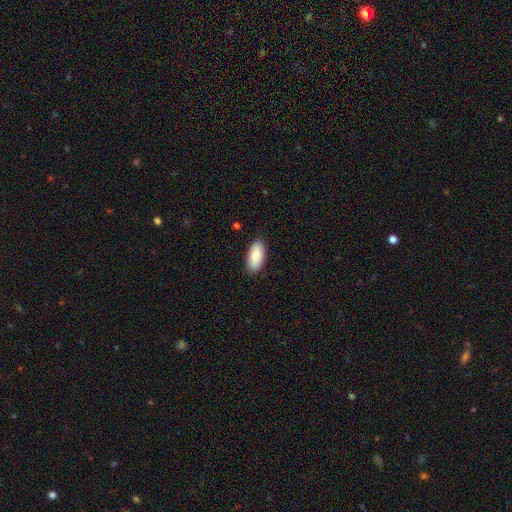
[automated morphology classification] Smooth or featured: smooth — 86% (featured or disk — 8%)
How rounded: in between — 92% (cigar-shaped — 6%)
Merging: none — 86% (minor disturbance — 11%)